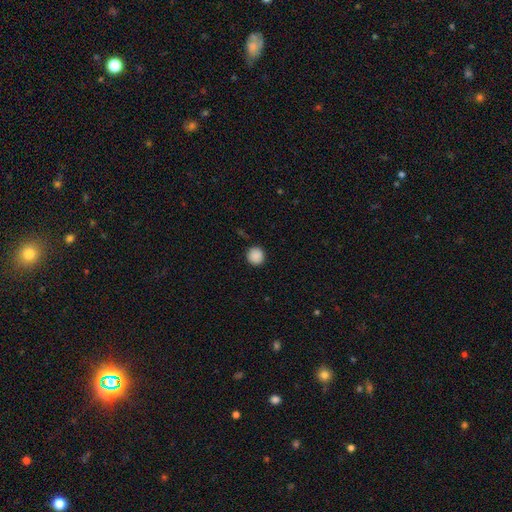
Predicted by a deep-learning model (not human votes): smooth 89%, star or artifact 9%, featured or disk 2%. Down the decision tree: how rounded — round (94%); merging — none (91%).